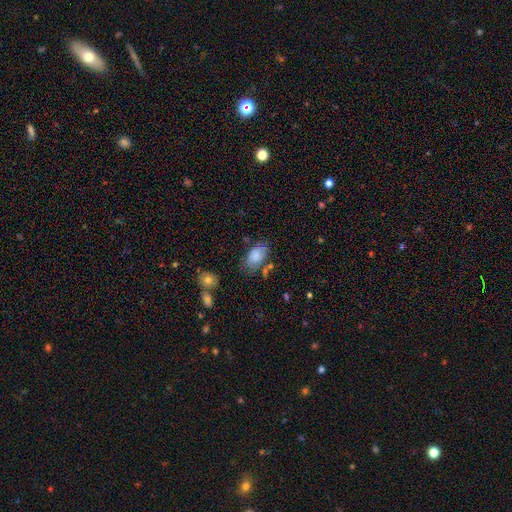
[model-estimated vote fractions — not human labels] Overall: smooth (80%). How rounded: in between (92%). Merging: none (60%; minor disturbance 24%).